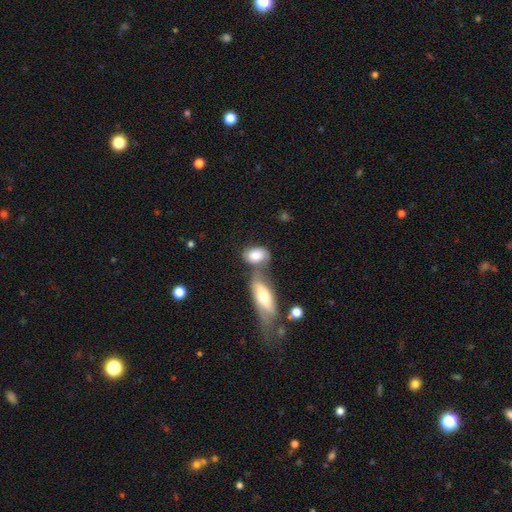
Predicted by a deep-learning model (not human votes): A smooth galaxy with no disk features (73%) that is in between round and cigar-shaped (83%).

Vote fractions:
- Smooth or featured? smooth: 73% / featured or disk: 20% / star or artifact: 7%
- How rounded? in between: 83% / round: 13% / cigar-shaped: 4%
- Merging? merger: 45% / none: 36% / minor disturbance: 13% / major disturbance: 7%